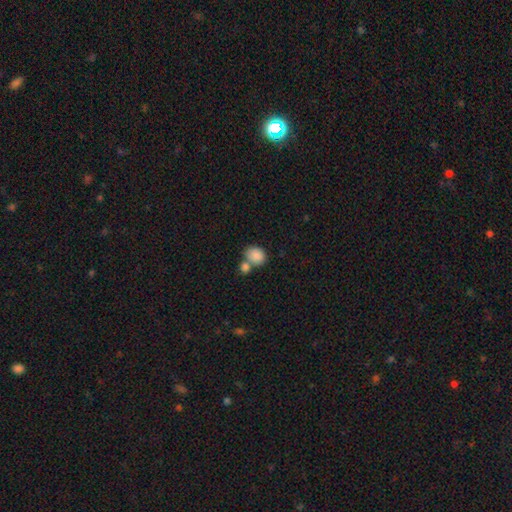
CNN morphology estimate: smooth 85%, star or artifact 8%, featured or disk 7%. Down the decision tree: how rounded — in between (50%); merging — none (43%).